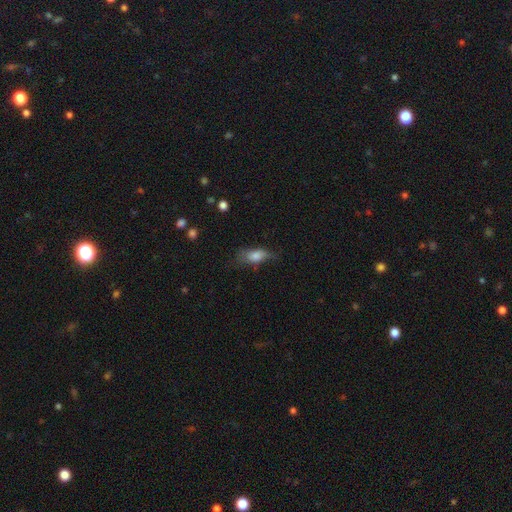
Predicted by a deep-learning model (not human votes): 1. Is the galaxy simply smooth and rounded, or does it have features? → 74% smooth, 18% featured or disk, 8% star or artifact.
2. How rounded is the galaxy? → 82% in between, 13% cigar-shaped, 6% round.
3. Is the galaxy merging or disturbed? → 46% none, 34% minor disturbance, 18% major disturbance, 2% merger.